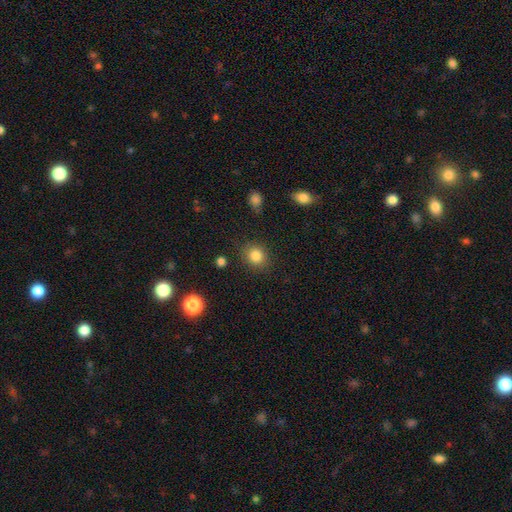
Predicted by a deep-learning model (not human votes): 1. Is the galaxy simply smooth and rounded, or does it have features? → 84% smooth, 10% star or artifact, 5% featured or disk.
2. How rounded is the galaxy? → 76% round, 23% in between, 1% cigar-shaped.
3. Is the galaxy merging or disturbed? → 84% none, 11% minor disturbance, 4% major disturbance, 2% merger.